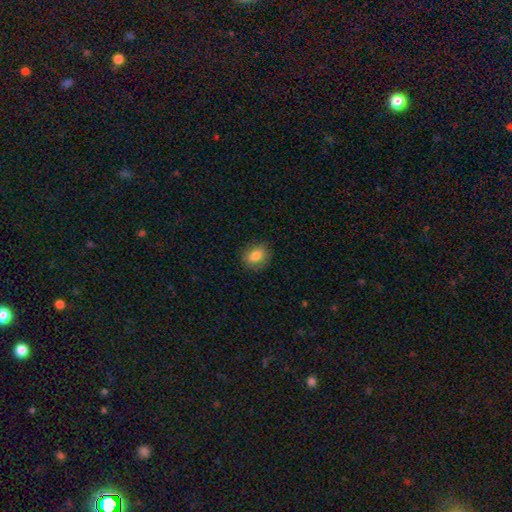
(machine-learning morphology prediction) The model was most divided on "how rounded": in between: 55%, round: 44%, cigar-shaped: 2%. More confident: merging — none (85%); smooth or featured — smooth (81%).